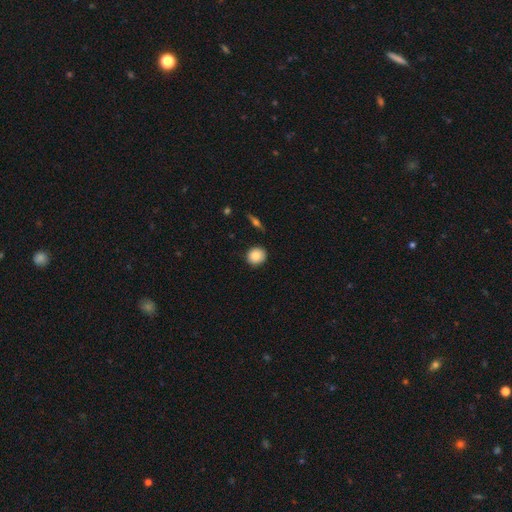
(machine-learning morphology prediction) Overall: smooth (86%). How rounded: round (86%). Merging: none (89%).